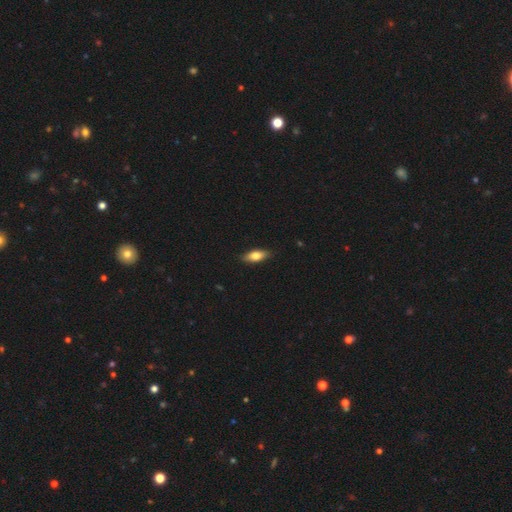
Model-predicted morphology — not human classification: Overall: smooth (74%). How rounded: in between (76%). Merging: none (87%).